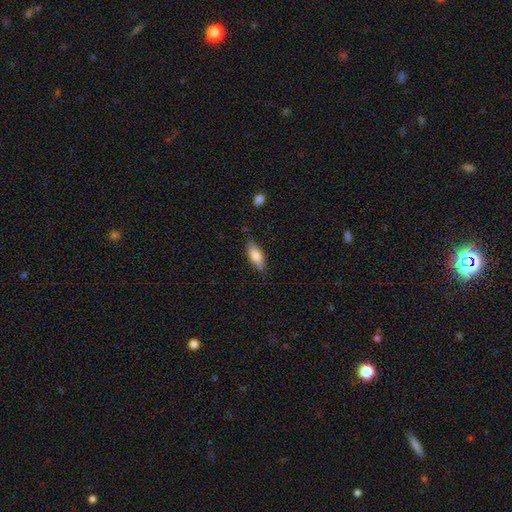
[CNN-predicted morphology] A smooth galaxy with no disk features (75%) that is in between round and cigar-shaped (67%). Merging: none (81%).